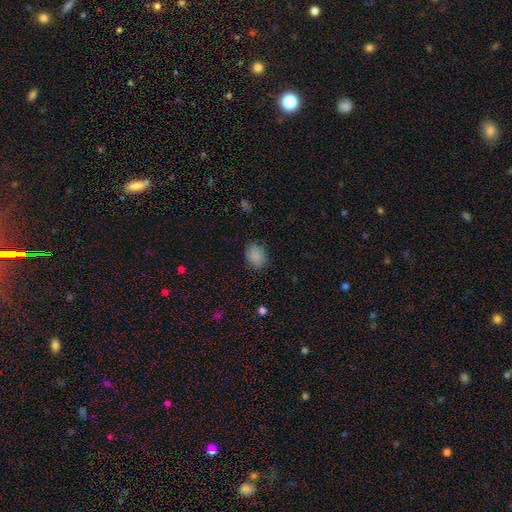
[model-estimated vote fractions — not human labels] A smooth galaxy with no disk features (86%) that is in between round and cigar-shaped (55%). Merging: none (80%).